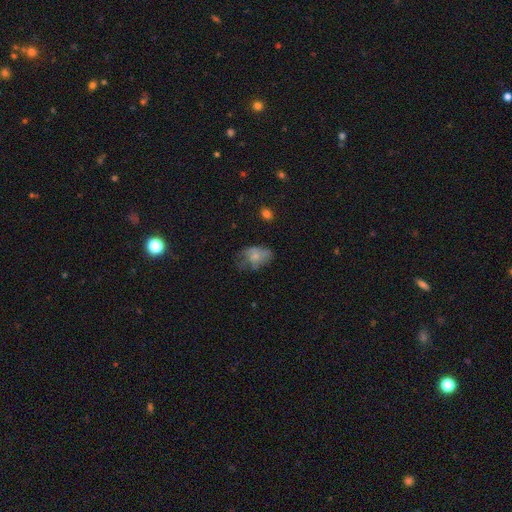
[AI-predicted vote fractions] A smooth galaxy with no disk features (59%) that is in between round and cigar-shaped (80%).

Vote fractions:
- Smooth or featured? smooth: 59% / featured or disk: 30% / star or artifact: 11%
- How rounded? in between: 80% / round: 18% / cigar-shaped: 2%
- Merging? none: 36% / minor disturbance: 32% / major disturbance: 29% / merger: 3%